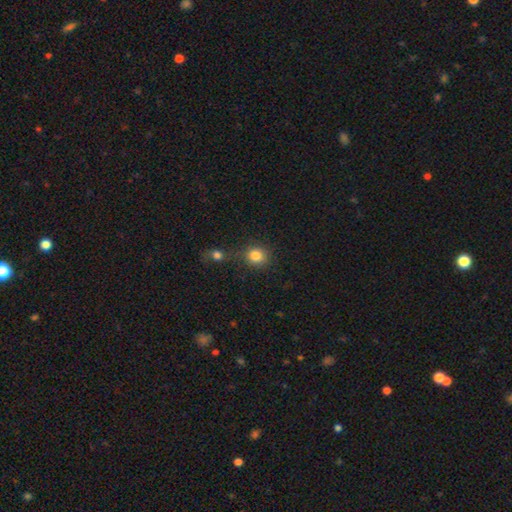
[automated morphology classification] This is clearly a smooth galaxy (83%). How rounded: clearly round (86%). Merging: likely none (66%).